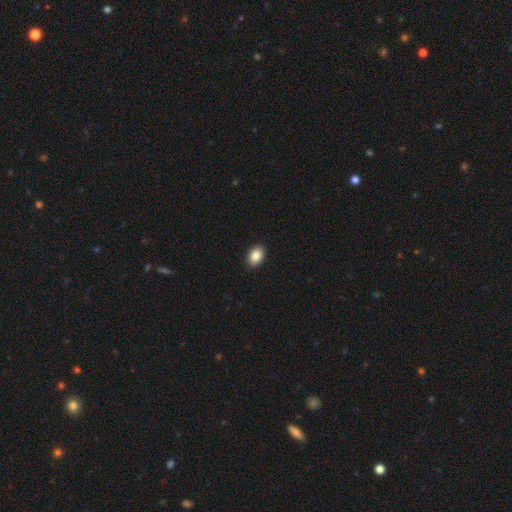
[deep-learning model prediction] Smooth or featured?
  - smooth: 86% *
  - star or artifact: 8%
  - featured or disk: 6%
How rounded?
  - in between: 77% *
  - round: 22%
  - cigar-shaped: 1%
Merging?
  - none: 91% *
  - minor disturbance: 6%
  - major disturbance: 2%
  - merger: 1%